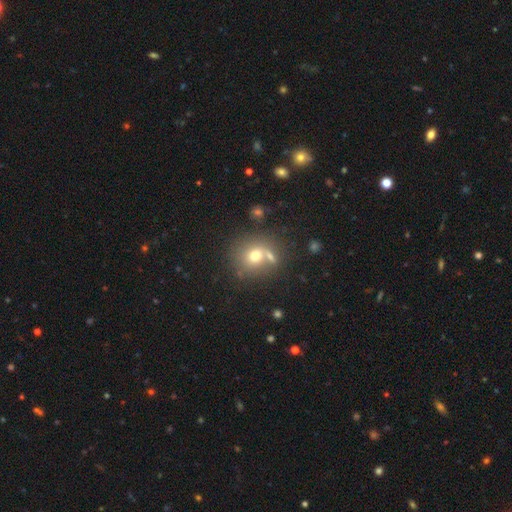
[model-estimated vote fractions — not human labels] Smooth or featured? smooth (69%)
How rounded? round (78%)
Merging? none (52%)